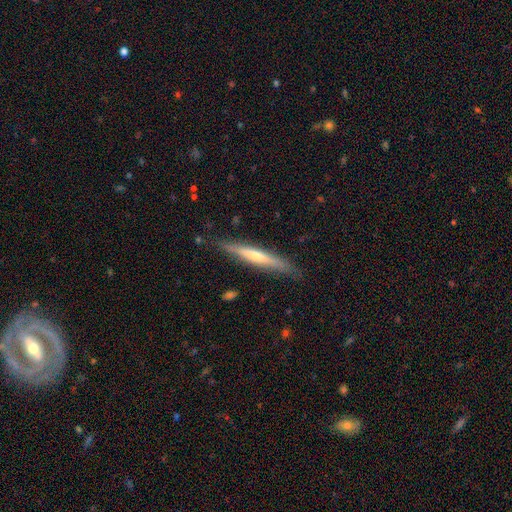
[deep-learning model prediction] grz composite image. It shows a featured or disk galaxy (61%) viewed edge-on (95%) with a rounded central bulge (65%). Merging: none (86%).